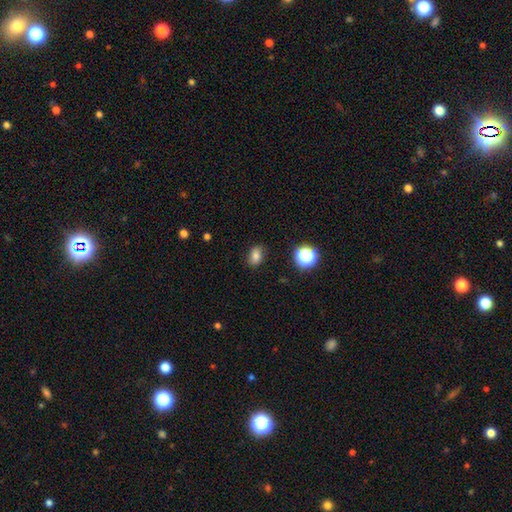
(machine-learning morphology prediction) A smooth galaxy with no disk features (78%) that is in between round and cigar-shaped (73%). Merging: none (84%).